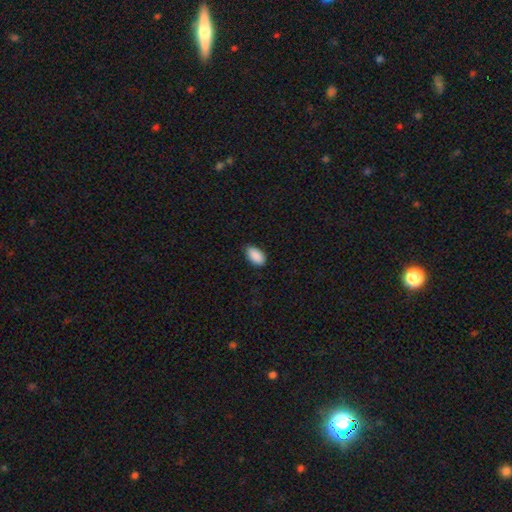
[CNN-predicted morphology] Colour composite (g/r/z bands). It shows a smooth galaxy with no disk features (91%) that is in between round and cigar-shaped (95%). Merging: none (86%).